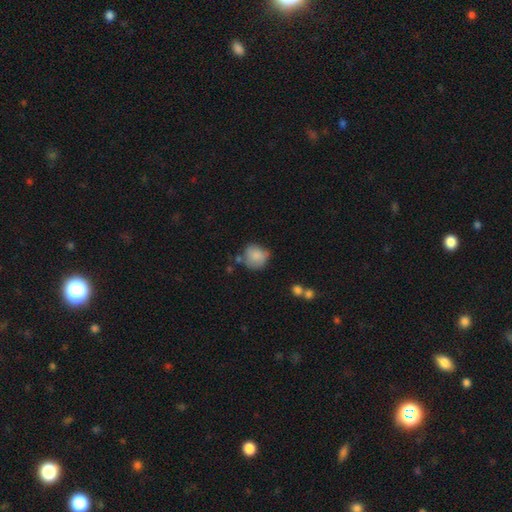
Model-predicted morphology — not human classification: type=smooth (81%); roundness=round (80%); merging=none (55%).